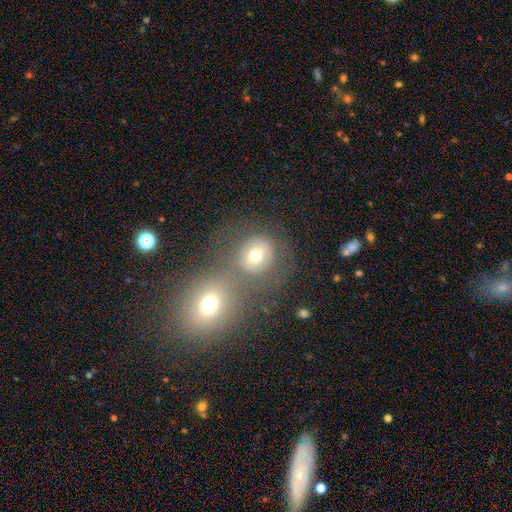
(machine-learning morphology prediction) The model was most divided on "merging": none: 48%, merger: 35%, minor disturbance: 10%, major disturbance: 7%. More confident: how rounded — round (79%); smooth or featured — smooth (67%).